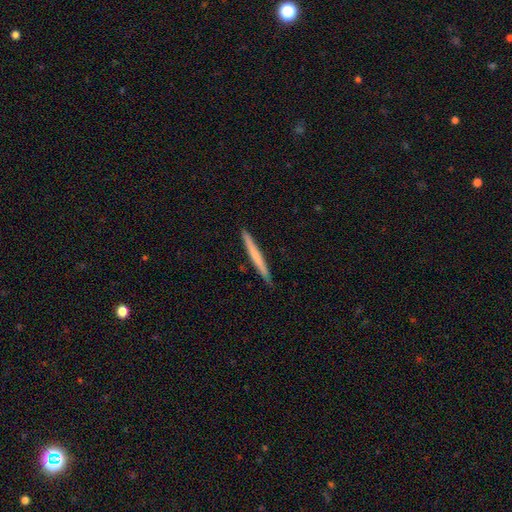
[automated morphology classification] This appears to be a smooth galaxy with no disk features (59%) that is cigar-shaped (97%). Merging: none (90%).